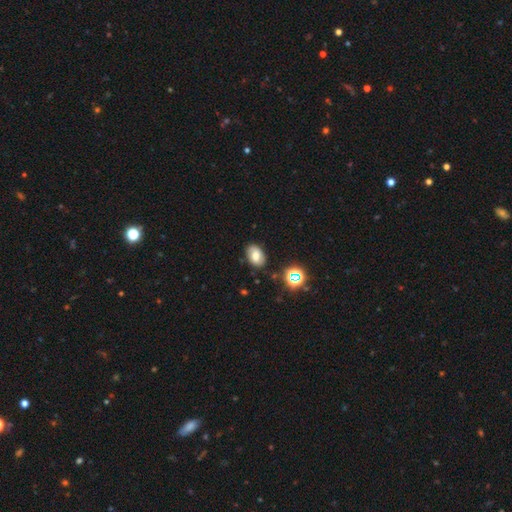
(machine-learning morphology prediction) A smooth galaxy with no disk features (70%) that is in between round and cigar-shaped (86%).

Vote fractions:
- Smooth or featured? smooth: 70% / featured or disk: 16% / star or artifact: 14%
- How rounded? in between: 86% / round: 13% / cigar-shaped: 1%
- Merging? none: 80% / minor disturbance: 14% / major disturbance: 3% / merger: 3%